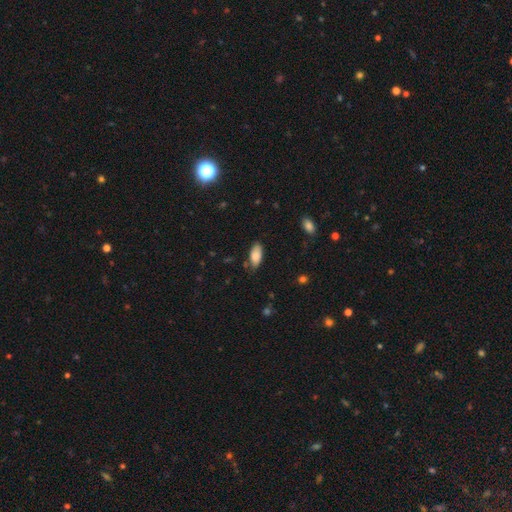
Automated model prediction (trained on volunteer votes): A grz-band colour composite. It shows a smooth galaxy with no disk features (86%) that is in between round and cigar-shaped (90%). Merging: none (72%).